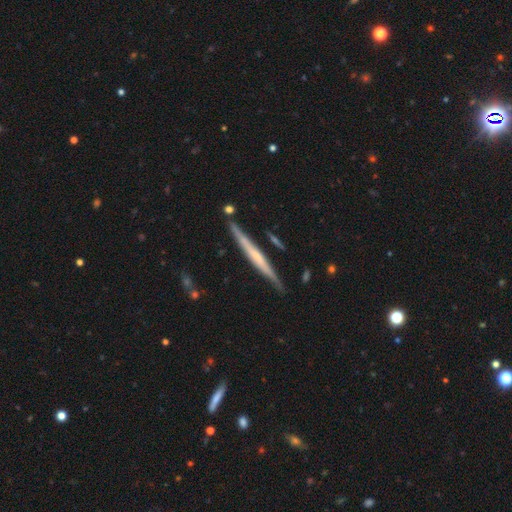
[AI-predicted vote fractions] Smooth or featured? featured or disk (63%)
Edge-on disk? yes (97%)
Edge-on bulge? none (60%)
Merging? none (84%)